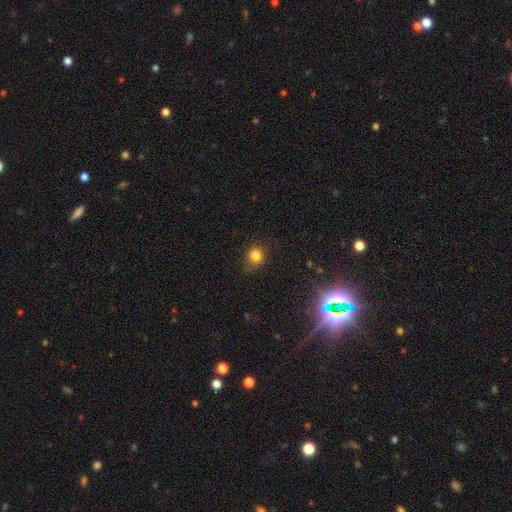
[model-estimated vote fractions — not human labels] Overall: smooth (81%). How rounded: round (80%). Merging: none (81%).